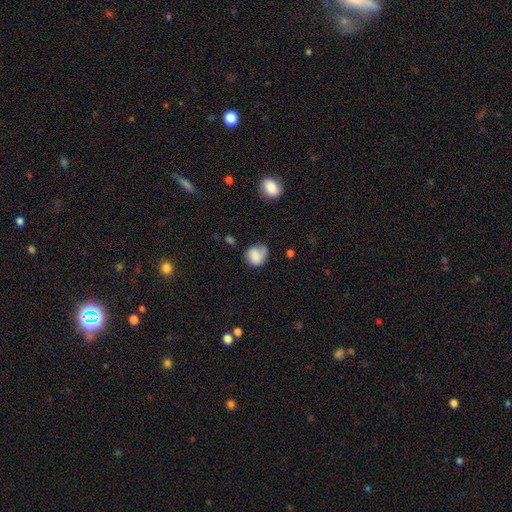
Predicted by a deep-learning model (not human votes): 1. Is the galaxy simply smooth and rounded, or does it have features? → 77% smooth, 15% featured or disk, 8% star or artifact.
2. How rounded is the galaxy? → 66% round, 33% in between, 1% cigar-shaped.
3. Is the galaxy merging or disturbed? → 45% none, 34% minor disturbance, 15% major disturbance, 6% merger.